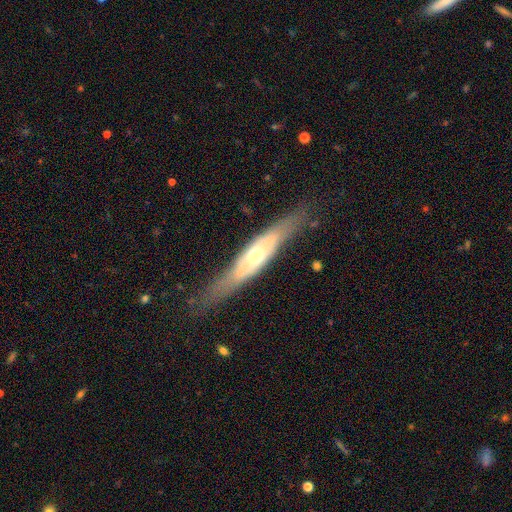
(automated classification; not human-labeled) A featured or disk galaxy (59%) viewed edge-on (69%). Merging: none (71%).